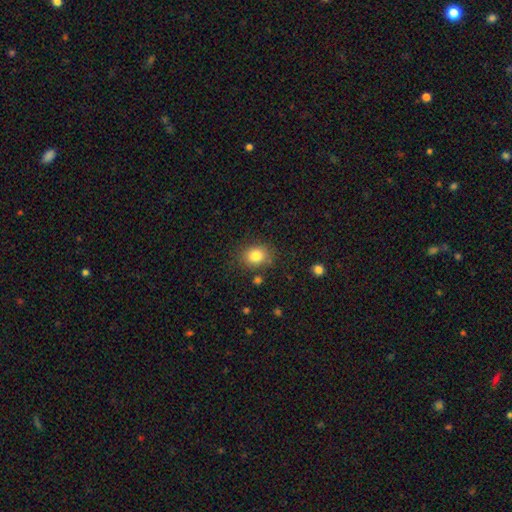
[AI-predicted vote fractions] The model was most divided on "how rounded": round: 59%, in between: 40%, cigar-shaped: 1%. More confident: smooth or featured — smooth (83%); merging — none (80%).